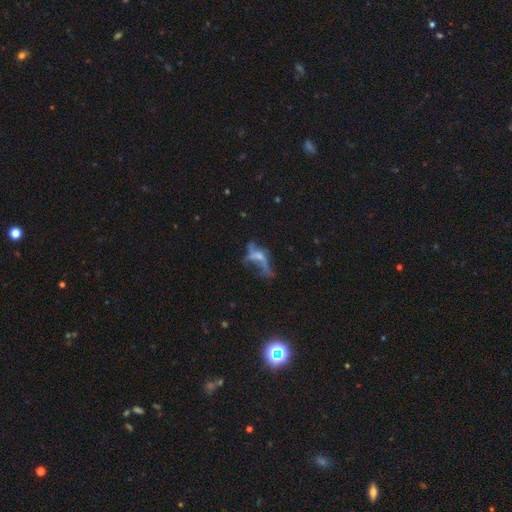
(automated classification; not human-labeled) Smooth or featured: featured or disk — 56% (smooth — 25%)
Edge-on disk: no — 71% (yes — 29%)
Merging: major disturbance — 43% (none — 30%)